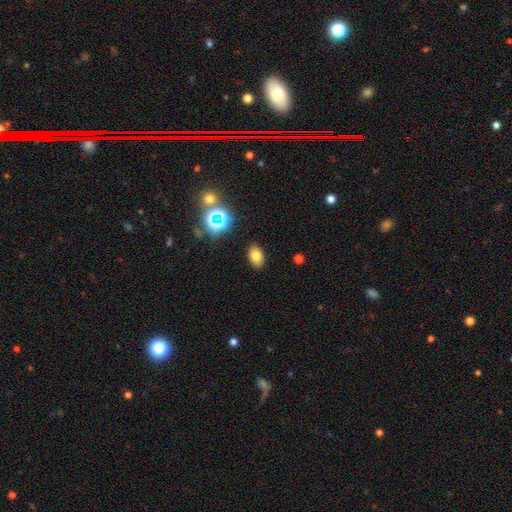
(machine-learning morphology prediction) A smooth galaxy with no disk features (75%) that is in between round and cigar-shaped (85%). Merging: none (87%).